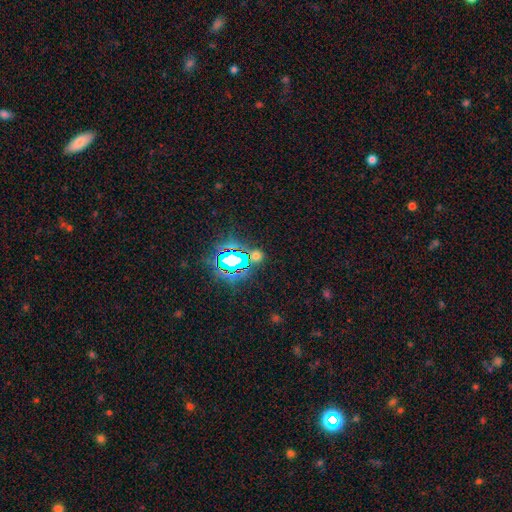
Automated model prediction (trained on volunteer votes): Q: Smooth or featured?
A: star or artifact (58%); runner-up: smooth (34%)